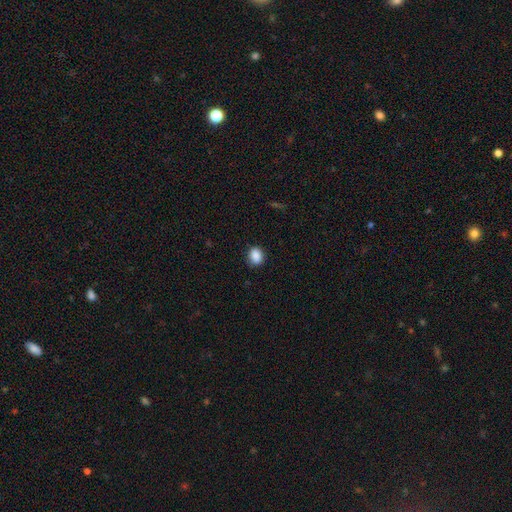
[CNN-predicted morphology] Q: Smooth or featured?
A: smooth (88%); runner-up: star or artifact (8%)
Q: How rounded?
A: round (52%); runner-up: in between (47%)
Q: Merging?
A: none (86%); runner-up: minor disturbance (11%)